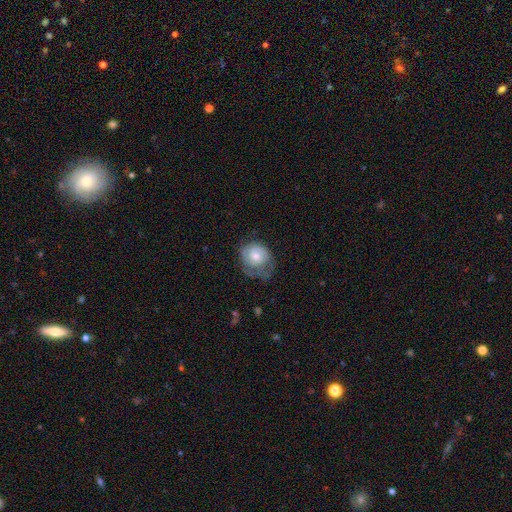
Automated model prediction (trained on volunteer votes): Smooth or featured? Predicted: featured or disk (p=0.58). Edge-on disk? Predicted: no (p=0.97). Bar? Predicted: no (p=0.70). Spiral arms? Predicted: yes (p=0.81). Bulge size? Predicted: moderate (p=0.56). Merging? Predicted: none (p=0.47).